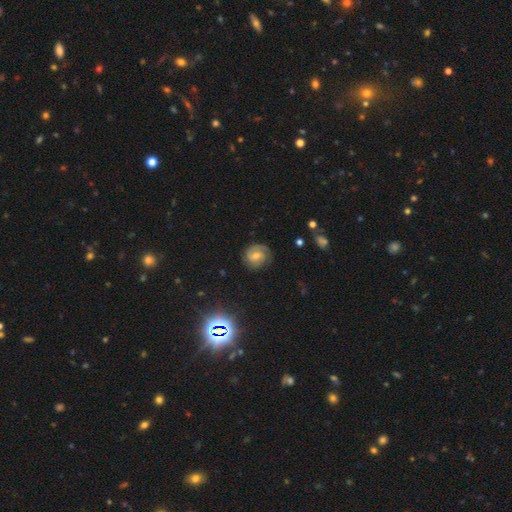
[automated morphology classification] Q: Smooth or featured?
A: featured or disk (64%); runner-up: smooth (22%)
Q: Edge-on disk?
A: no (97%); runner-up: yes (3%)
Q: Bar?
A: weak (46%); runner-up: no (42%)
Q: Spiral arms?
A: yes (91%); runner-up: no (9%)
Q: Spiral winding?
A: tight (58%); runner-up: medium (32%)
Q: Spiral arm count?
A: 2 (53%); runner-up: can't tell (24%)
Q: Bulge size?
A: moderate (52%); runner-up: small (41%)
Q: Merging?
A: none (78%); runner-up: minor disturbance (16%)